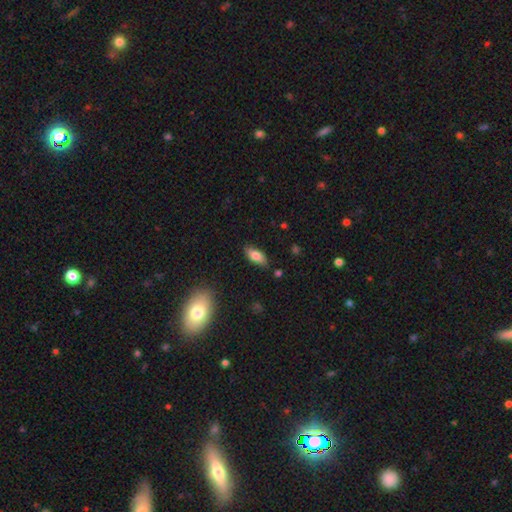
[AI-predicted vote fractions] The model was most divided on "smooth or featured": smooth: 78%, featured or disk: 14%, star or artifact: 7%. More confident: how rounded — in between (83%); merging — none (83%).